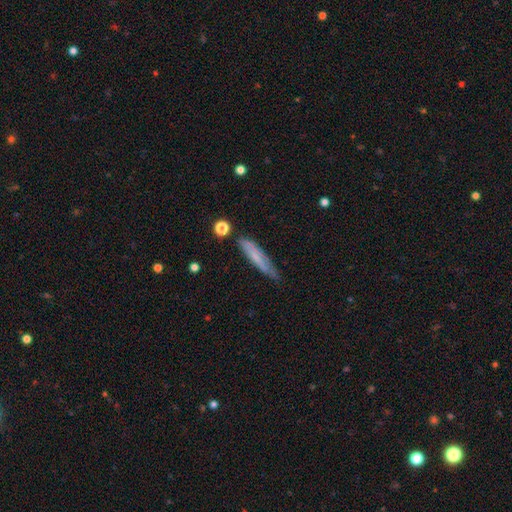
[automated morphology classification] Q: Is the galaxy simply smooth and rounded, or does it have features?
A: smooth — 59%.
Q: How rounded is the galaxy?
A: cigar-shaped — 86%.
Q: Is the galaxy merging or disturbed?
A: none — 65%.